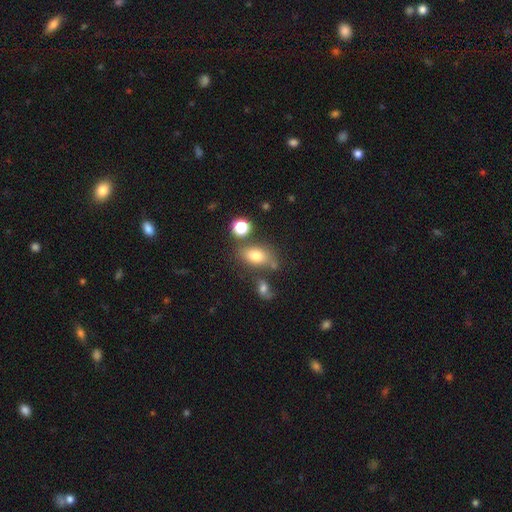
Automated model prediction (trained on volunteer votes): smooth 74%, featured or disk 14%, star or artifact 12%. Down the decision tree: how rounded — in between (81%); merging — none (64%).